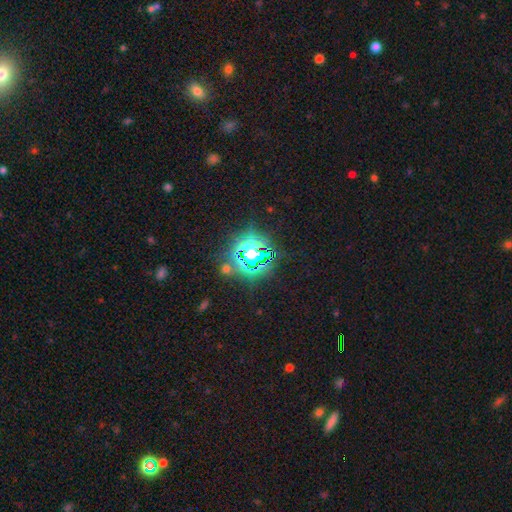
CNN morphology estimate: Overall: star or artifact (80%).